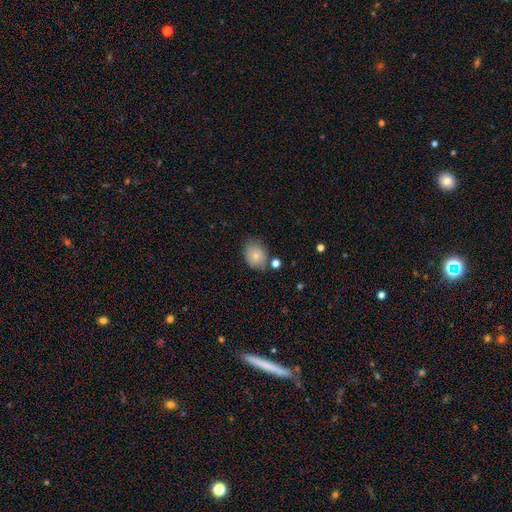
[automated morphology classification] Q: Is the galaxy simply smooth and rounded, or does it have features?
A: smooth — 81%.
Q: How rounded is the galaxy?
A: in between — 62%.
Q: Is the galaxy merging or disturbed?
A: none — 68%.